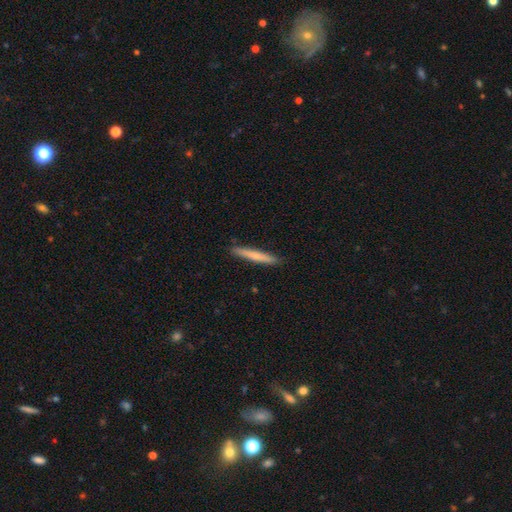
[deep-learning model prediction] Smooth or featured? smooth (67%)
How rounded? cigar-shaped (96%)
Merging? none (90%)